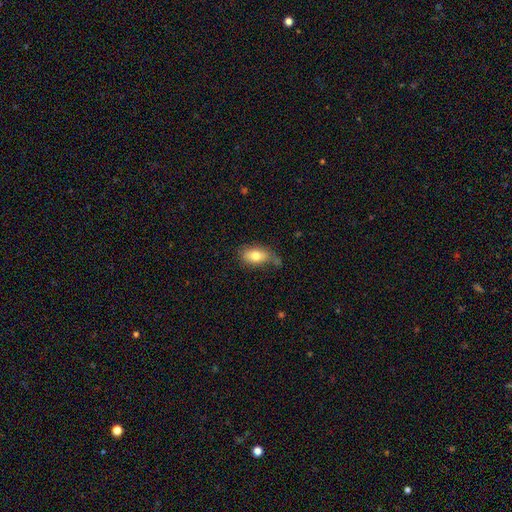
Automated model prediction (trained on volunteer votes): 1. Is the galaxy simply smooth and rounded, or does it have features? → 78% smooth, 15% featured or disk, 8% star or artifact.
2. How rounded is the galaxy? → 89% in between, 7% round, 4% cigar-shaped.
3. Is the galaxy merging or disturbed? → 57% none, 28% minor disturbance, 9% major disturbance, 7% merger.